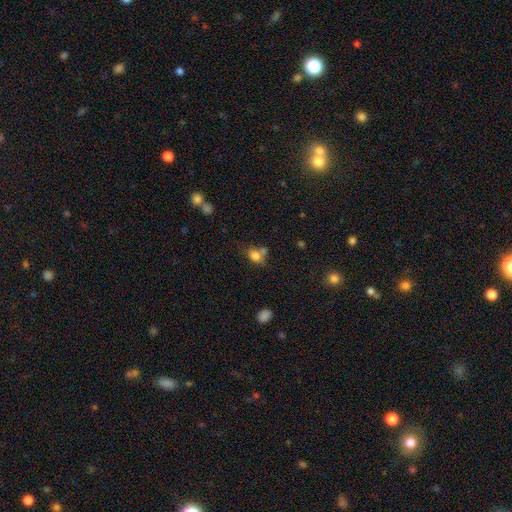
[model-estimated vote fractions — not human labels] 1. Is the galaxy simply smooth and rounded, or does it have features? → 79% smooth, 12% star or artifact, 10% featured or disk.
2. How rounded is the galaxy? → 55% in between, 43% round, 2% cigar-shaped.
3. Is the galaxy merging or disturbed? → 46% none, 31% merger, 16% minor disturbance, 7% major disturbance.